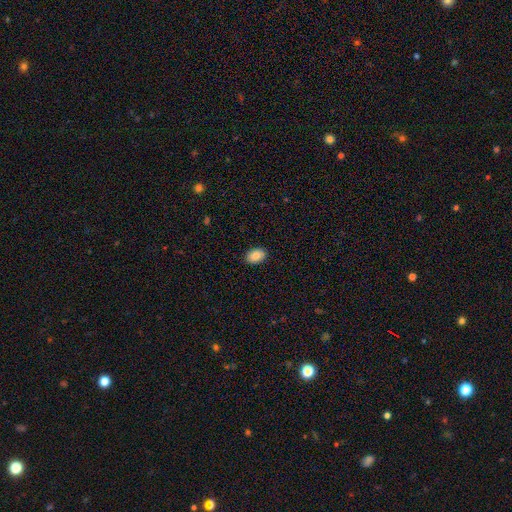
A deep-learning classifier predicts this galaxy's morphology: Smooth or featured: smooth — 88% (star or artifact — 7%)
How rounded: in between — 88% (round — 11%)
Merging: none — 89% (minor disturbance — 8%)